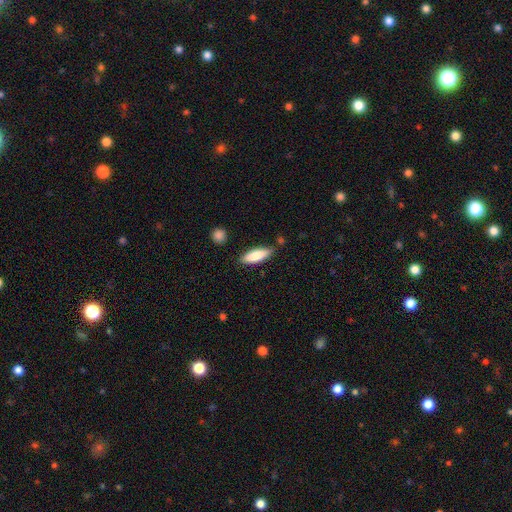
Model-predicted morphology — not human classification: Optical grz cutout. It shows a smooth galaxy with no disk features (82%) that is in between round and cigar-shaped (54%). Merging: none (82%).